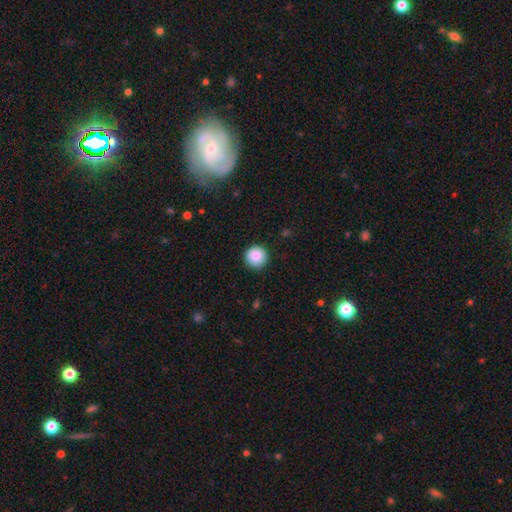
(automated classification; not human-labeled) Overall: smooth (88%). How rounded: round (96%). Merging: none (91%).